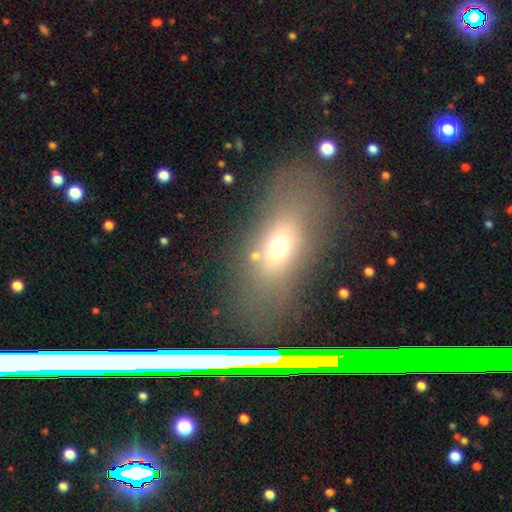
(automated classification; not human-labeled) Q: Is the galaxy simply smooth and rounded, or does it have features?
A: smooth — 62%.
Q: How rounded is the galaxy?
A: in between — 69%.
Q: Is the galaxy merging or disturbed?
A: none — 66%.